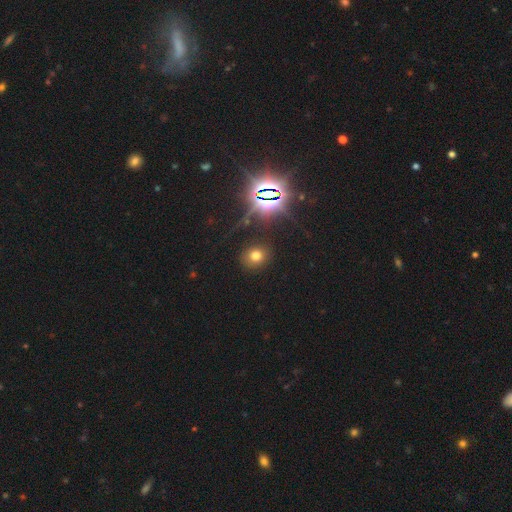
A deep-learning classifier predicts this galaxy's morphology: smooth 66%, star or artifact 26%, featured or disk 9%. Down the decision tree: how rounded — round (74%); merging — none (86%).